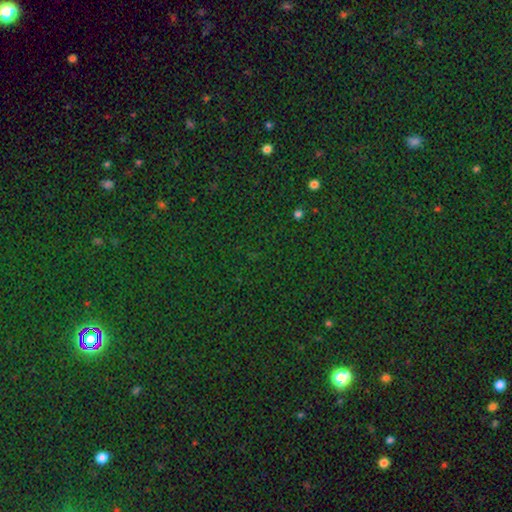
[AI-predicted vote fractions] Overall: star or artifact (76%).